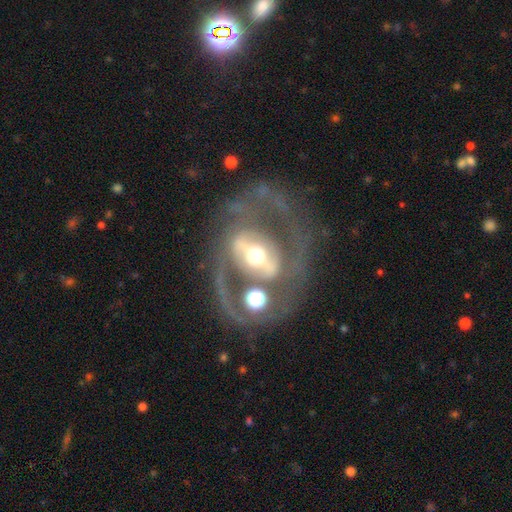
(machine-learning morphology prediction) smooth-or-featured: featured or disk: 81% | smooth: 12% | star or artifact: 7%
  disk-edge-on: no: 94% | yes: 6%
    bar: strong: 56% | weak: 25% | no: 19%
    has-spiral-arms: yes: 70% | no: 30%
      spiral-winding: medium: 48% | loose: 29% | tight: 23%
      spiral-arm-count: 2: 81% | can't tell: 8% | 1: 7% | 3: 2% | 4: 1% | more than 4: 1%
    bulge-size: moderate: 67% | large: 16% | small: 14% | dominant: 2% | none: 1%
  merging: none: 53% | major disturbance: 19% | minor disturbance: 15% | merger: 12%